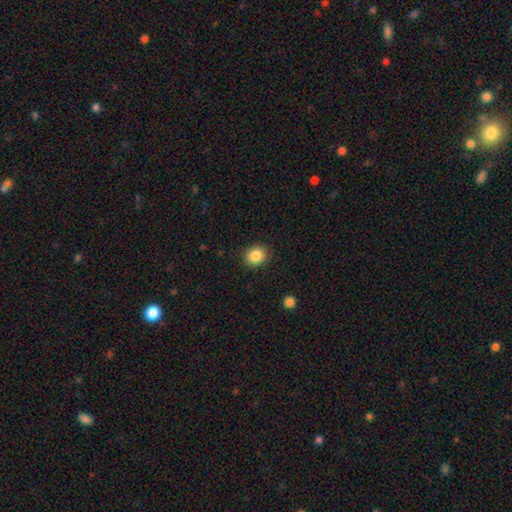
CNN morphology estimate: A smooth galaxy with no disk features (86%) that is round (67%).

Vote fractions:
- Smooth or featured? smooth: 86% / star or artifact: 9% / featured or disk: 5%
- How rounded? round: 67% / in between: 32% / cigar-shaped: 1%
- Merging? none: 89% / minor disturbance: 8% / major disturbance: 2% / merger: 1%